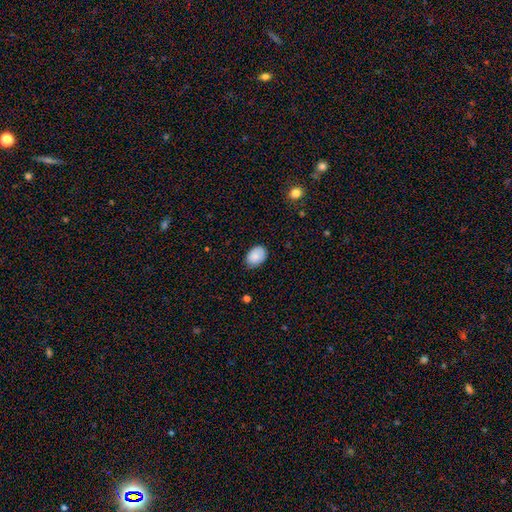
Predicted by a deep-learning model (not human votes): This appears to be a smooth galaxy with no disk features (86%) that is in between round and cigar-shaped (78%). Merging: none (74%).